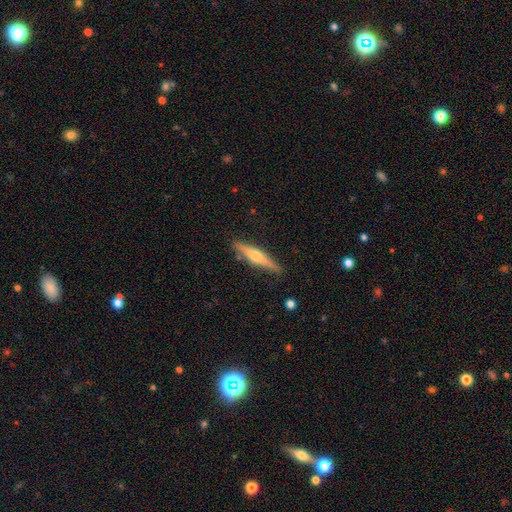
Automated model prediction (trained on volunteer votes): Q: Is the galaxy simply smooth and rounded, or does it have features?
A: featured or disk — 66%.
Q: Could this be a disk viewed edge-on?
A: yes — 97%.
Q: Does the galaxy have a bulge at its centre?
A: rounded — 89%.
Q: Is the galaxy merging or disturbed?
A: none — 87%.